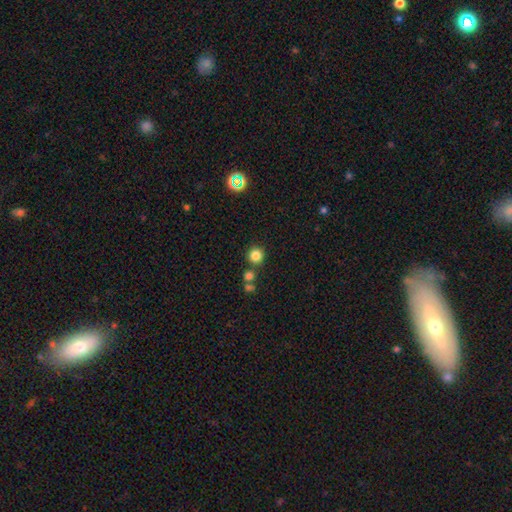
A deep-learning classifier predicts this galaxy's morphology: The model was most divided on "smooth or featured": smooth: 81%, star or artifact: 14%, featured or disk: 5%. More confident: how rounded — round (94%); merging — none (79%).